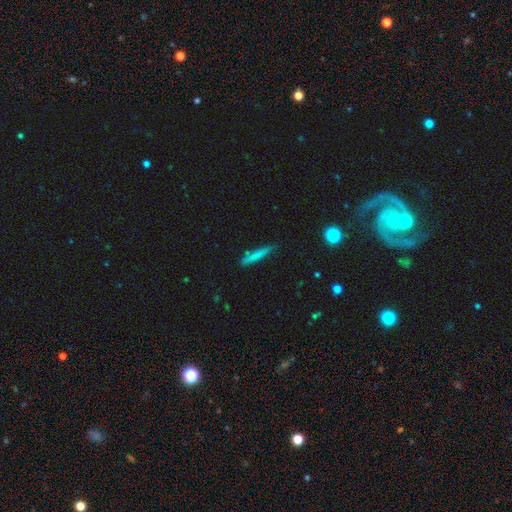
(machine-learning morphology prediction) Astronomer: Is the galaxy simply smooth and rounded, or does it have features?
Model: smooth — 76%.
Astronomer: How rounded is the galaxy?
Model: cigar-shaped — 94%.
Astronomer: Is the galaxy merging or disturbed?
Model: none — 80%.